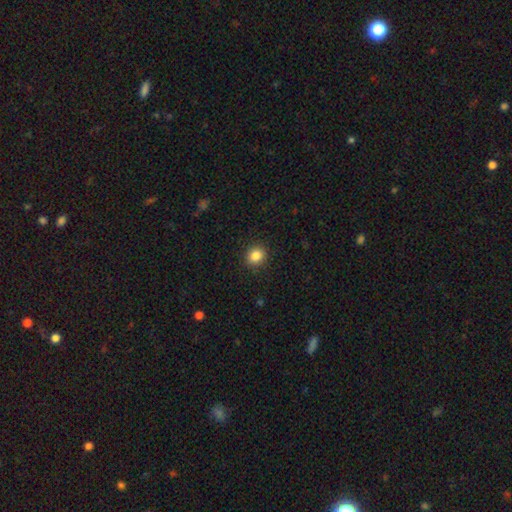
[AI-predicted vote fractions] smooth_or_featured: smooth (p=0.86) [alt: star or artifact p=0.10]
how_rounded: round (p=0.76) [alt: in between p=0.23]
merging: none (p=0.91) [alt: minor disturbance p=0.06]